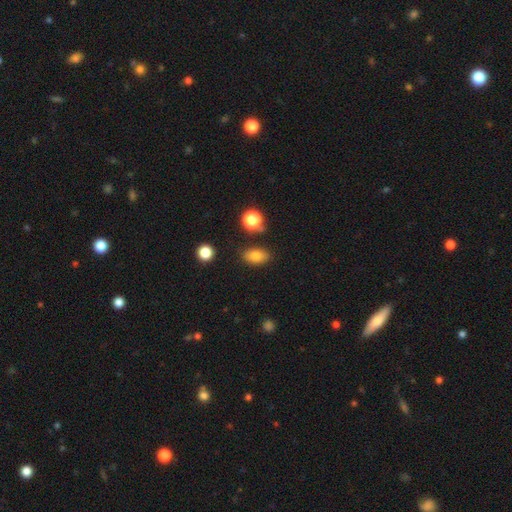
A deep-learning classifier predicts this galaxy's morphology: This is clearly a smooth galaxy (81%). How rounded: clearly in between (85%). Merging: clearly none (81%).